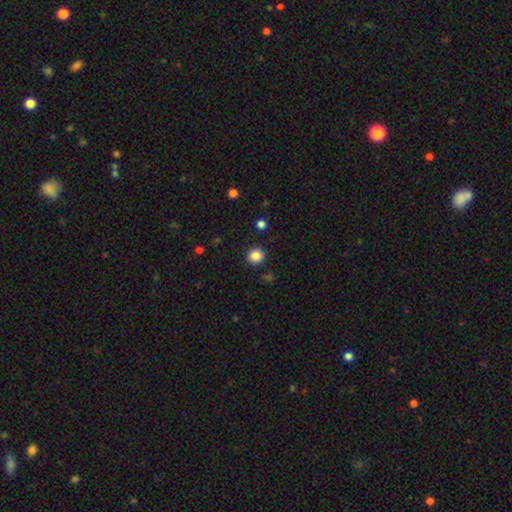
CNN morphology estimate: Smooth or featured?
  - smooth: 85% *
  - star or artifact: 11%
  - featured or disk: 4%
How rounded?
  - round: 92% *
  - in between: 7%
  - cigar-shaped: 1%
Merging?
  - none: 90% *
  - minor disturbance: 6%
  - major disturbance: 2%
  - merger: 2%